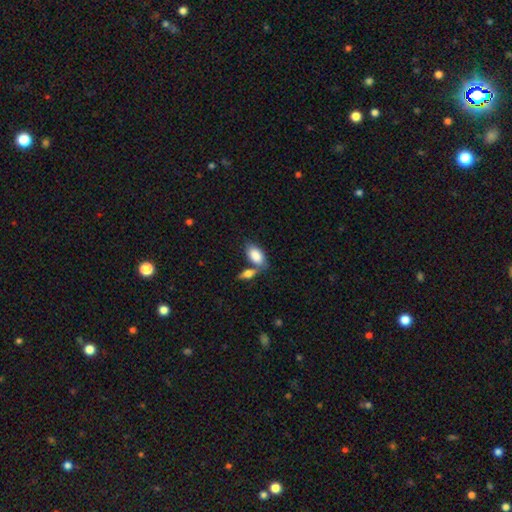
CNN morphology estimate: smooth 85%, featured or disk 9%, star or artifact 6%. Down the decision tree: how rounded — in between (93%); merging — none (48%).